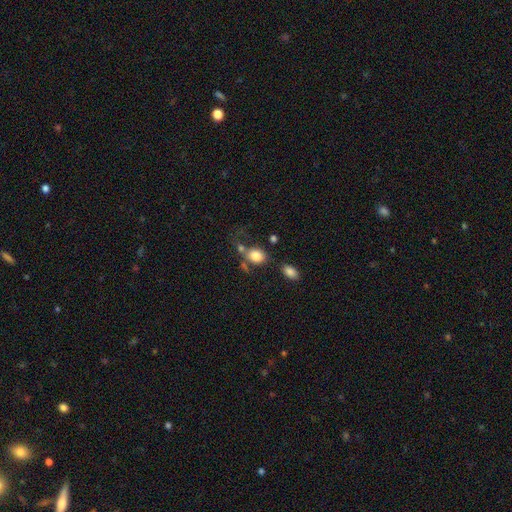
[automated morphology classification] The model was most divided on "how rounded": in between: 54%, round: 45%, cigar-shaped: 1%. More confident: smooth or featured — smooth (82%); merging — none (50%).